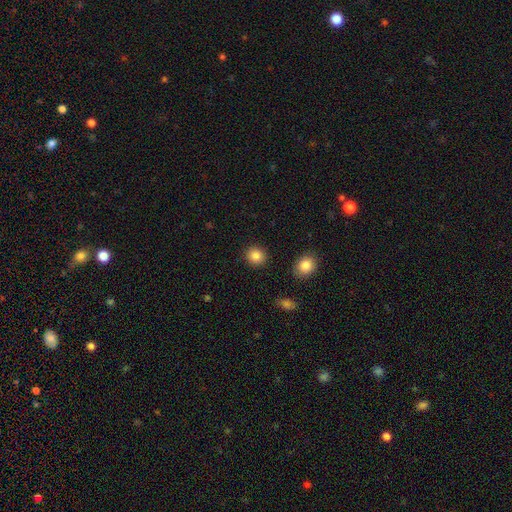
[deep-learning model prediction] The model was most divided on "smooth or featured": smooth: 85%, star or artifact: 10%, featured or disk: 5%. More confident: merging — none (91%); how rounded — round (89%).